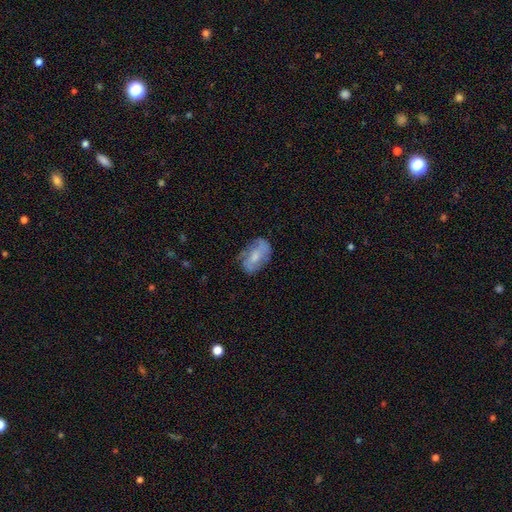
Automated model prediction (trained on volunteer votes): smooth 48%, featured or disk 44%, star or artifact 8%. Down the decision tree: merging — none (61%).